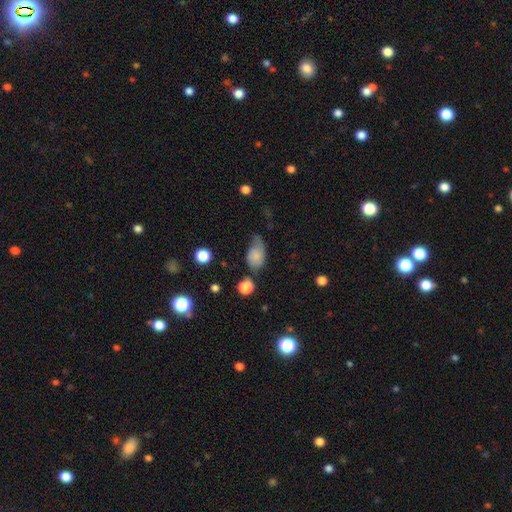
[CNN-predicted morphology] Smooth or featured? smooth (75%)
How rounded? in between (84%)
Merging? minor disturbance (41%)